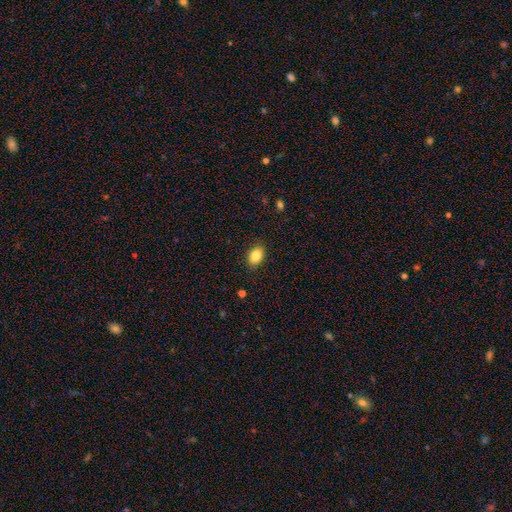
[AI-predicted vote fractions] Overall: smooth (85%). How rounded: in between (78%). Merging: none (87%).